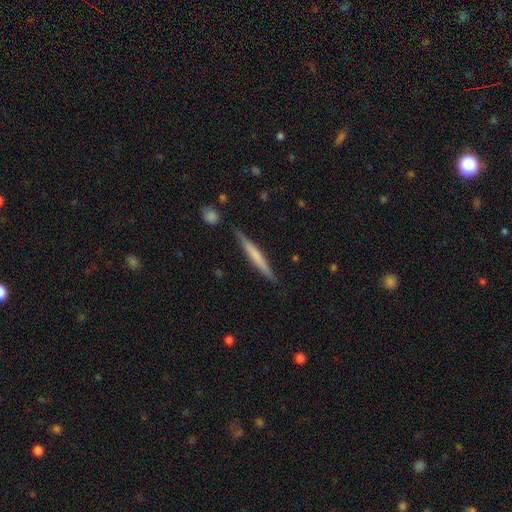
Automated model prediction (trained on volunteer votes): Smooth or featured?
  - smooth: 50% *
  - featured or disk: 45%
  - star or artifact: 5%
Merging?
  - none: 86% *
  - minor disturbance: 10%
  - merger: 2%
  - major disturbance: 2%